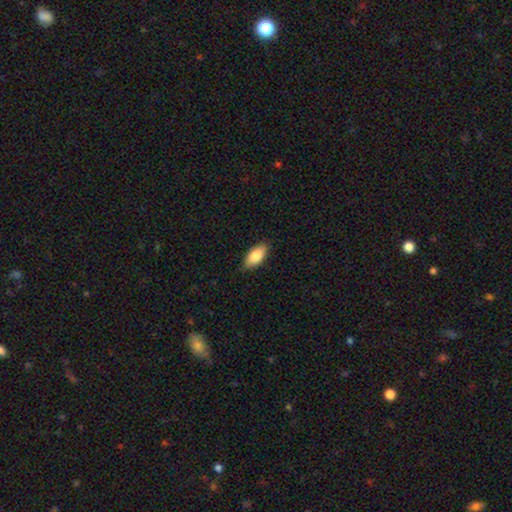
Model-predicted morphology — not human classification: Q: Smooth or featured?
A: smooth (83%); runner-up: featured or disk (10%)
Q: How rounded?
A: in between (90%); runner-up: cigar-shaped (7%)
Q: Merging?
A: none (86%); runner-up: minor disturbance (12%)